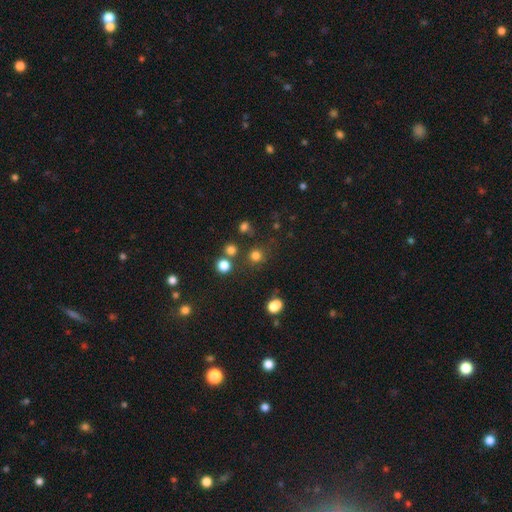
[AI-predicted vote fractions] Smooth or featured?
  - smooth: 75% *
  - star or artifact: 19%
  - featured or disk: 6%
How rounded?
  - round: 90% *
  - in between: 9%
  - cigar-shaped: 1%
Merging?
  - none: 77% *
  - minor disturbance: 9%
  - merger: 9%
  - major disturbance: 4%